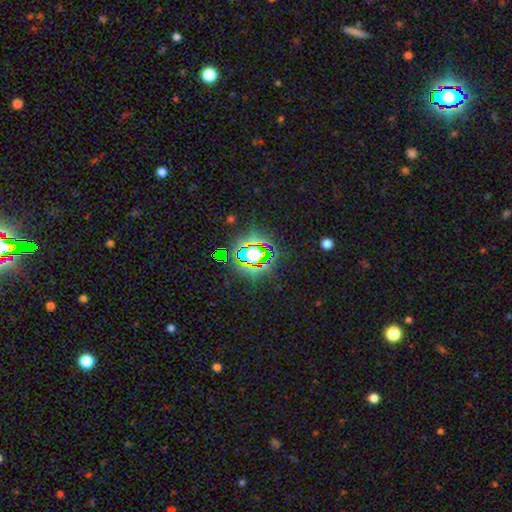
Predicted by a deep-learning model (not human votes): Smooth or featured? star or artifact (68%)